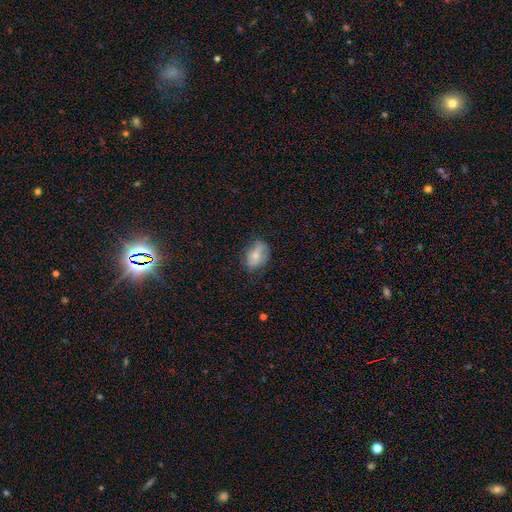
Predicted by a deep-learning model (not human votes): Smooth or featured?
  - smooth: 67% *
  - featured or disk: 25%
  - star or artifact: 9%
How rounded?
  - in between: 78% *
  - round: 20%
  - cigar-shaped: 2%
Merging?
  - none: 64% *
  - minor disturbance: 26%
  - major disturbance: 8%
  - merger: 2%